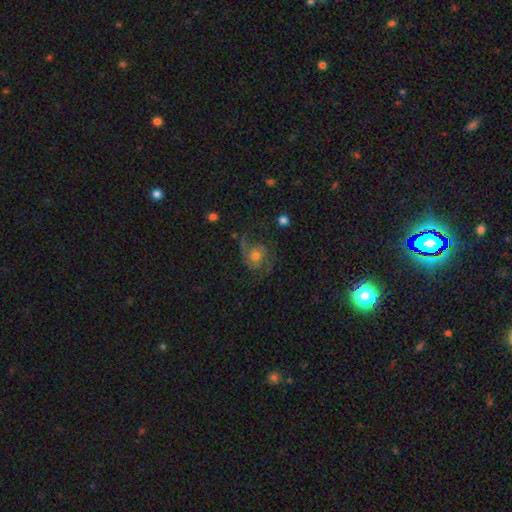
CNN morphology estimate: smooth_or_featured: featured or disk (p=0.74) [alt: smooth p=0.18]
disk_edge_on: no (p=0.98) [alt: yes p=0.02]
bar: no (p=0.71) [alt: weak p=0.25]
has_spiral_arms: yes (p=0.93) [alt: no p=0.07]
spiral_winding: medium (p=0.47) [alt: loose p=0.33]
spiral_arm_count: 2 (p=0.64) [alt: 1 p=0.13]
bulge_size: moderate (p=0.57) [alt: small p=0.24]
merging: none (p=0.58) [alt: major disturbance p=0.21]